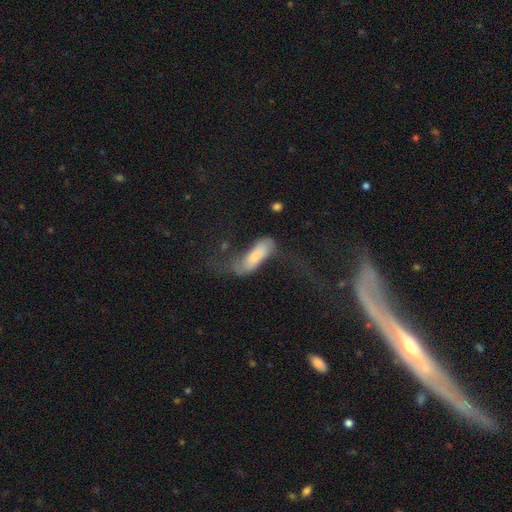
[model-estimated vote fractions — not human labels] A smooth galaxy with no disk features (60%) that is in between round and cigar-shaped (56%).

Vote fractions:
- Smooth or featured? smooth: 60% / featured or disk: 32% / star or artifact: 8%
- How rounded? in between: 56% / cigar-shaped: 41% / round: 3%
- Merging? major disturbance: 43% / none: 29% / minor disturbance: 21% / merger: 7%